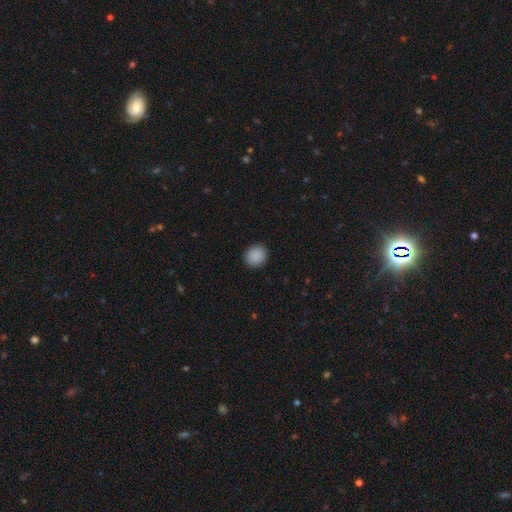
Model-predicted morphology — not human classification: This is clearly a smooth galaxy (89%). How rounded: clearly round (83%). Merging: clearly none (91%).